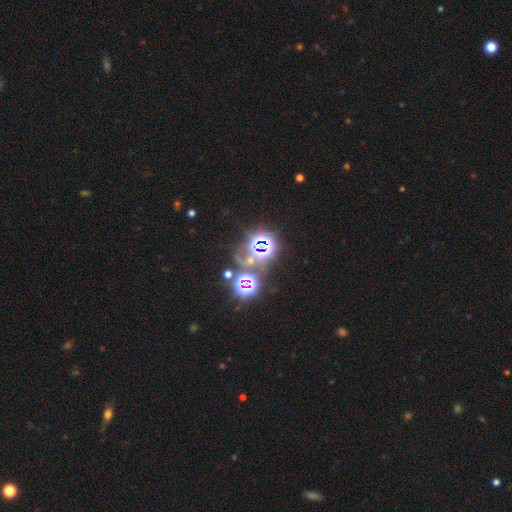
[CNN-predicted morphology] star or artifact 77%, smooth 14%, featured or disk 9%.